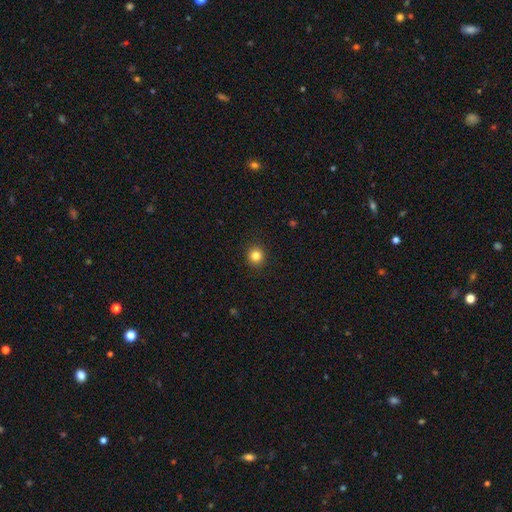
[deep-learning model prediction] smooth_or_featured: smooth (p=0.83) [alt: star or artifact p=0.12]
how_rounded: round (p=0.93) [alt: in between p=0.06]
merging: none (p=0.93) [alt: minor disturbance p=0.05]